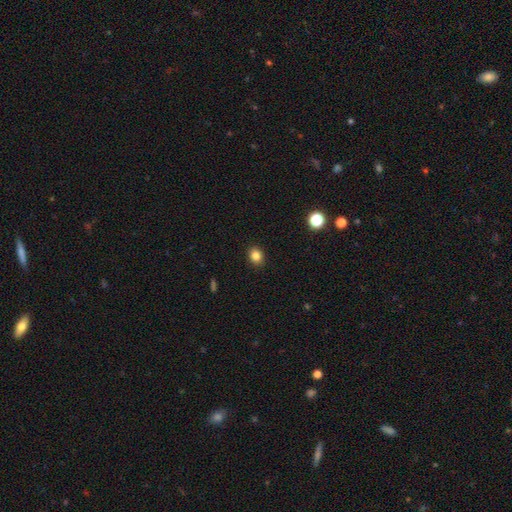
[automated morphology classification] A smooth galaxy with no disk features (84%) that is round (61%). Merging: none (91%).